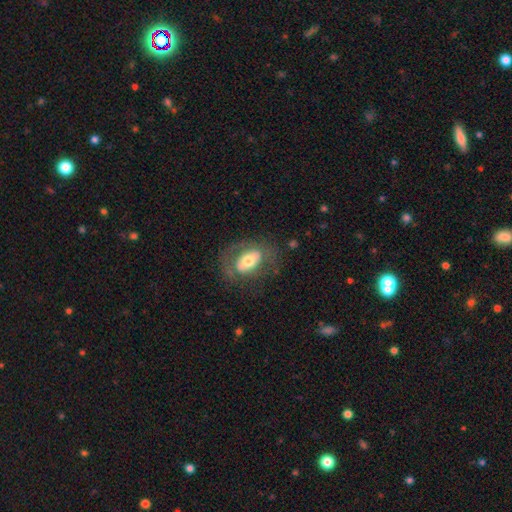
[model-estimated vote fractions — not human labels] Q: Smooth or featured?
A: featured or disk (45%); runner-up: smooth (37%)
Q: Merging?
A: none (80%); runner-up: minor disturbance (12%)